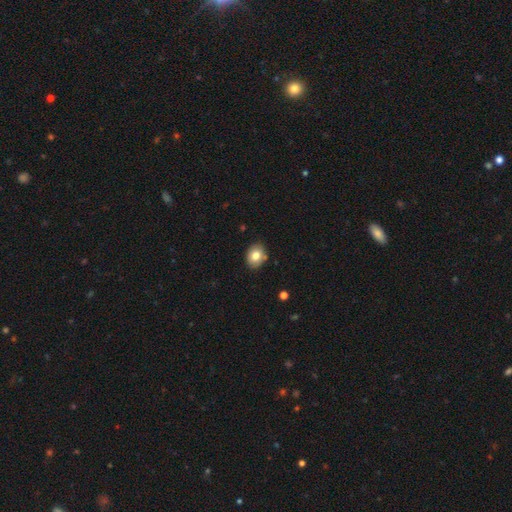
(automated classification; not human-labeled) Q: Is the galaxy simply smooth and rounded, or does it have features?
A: smooth — 80%.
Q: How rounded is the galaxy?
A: in between — 60%.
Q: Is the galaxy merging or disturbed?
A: none — 82%.